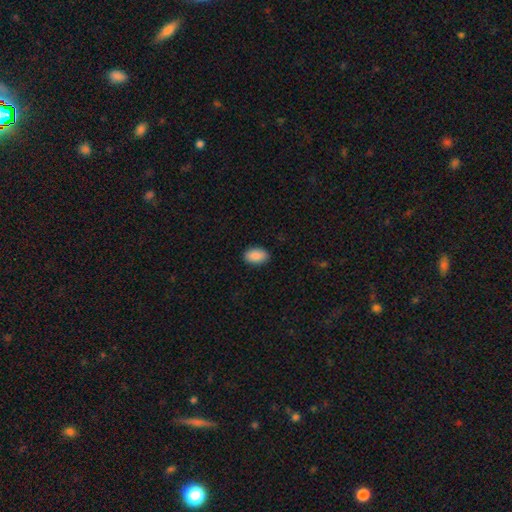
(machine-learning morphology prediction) This is clearly a smooth galaxy (90%). How rounded: clearly in between (92%). Merging: clearly none (90%).